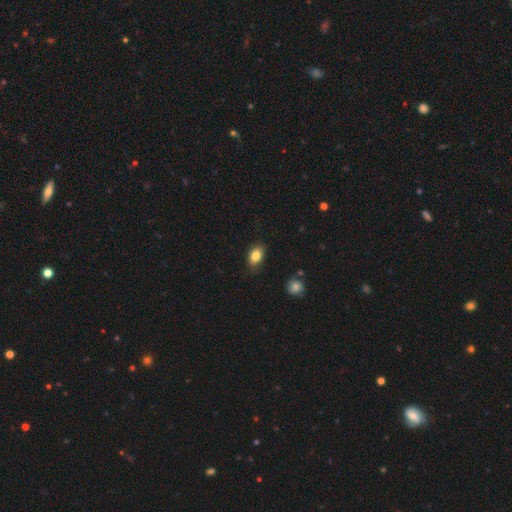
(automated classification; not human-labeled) Morphology: type=smooth (84%); roundness=in between (84%); merging=none (82%).